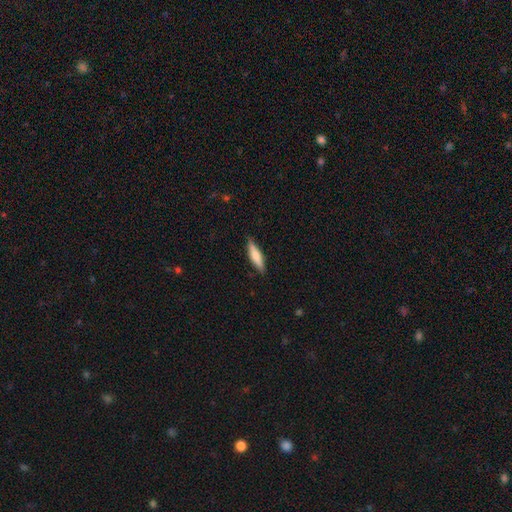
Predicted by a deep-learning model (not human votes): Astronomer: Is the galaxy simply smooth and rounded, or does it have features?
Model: smooth — 68%.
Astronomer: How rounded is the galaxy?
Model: cigar-shaped — 72%.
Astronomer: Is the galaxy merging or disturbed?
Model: none — 86%.